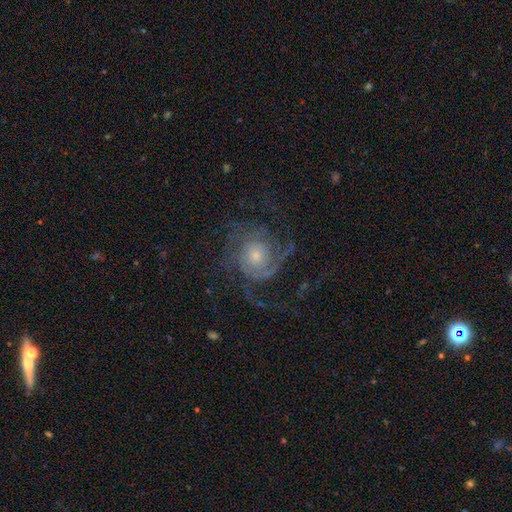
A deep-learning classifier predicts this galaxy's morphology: featured or disk 85%, smooth 8%, star or artifact 7%. Down the decision tree: edge-on disk — no (97%); bar — no (77%); spiral arms — yes (96%); spiral arm count — 3 (27%); spiral winding — tight (43%); bulge size — small (50%); merging — none (65%).